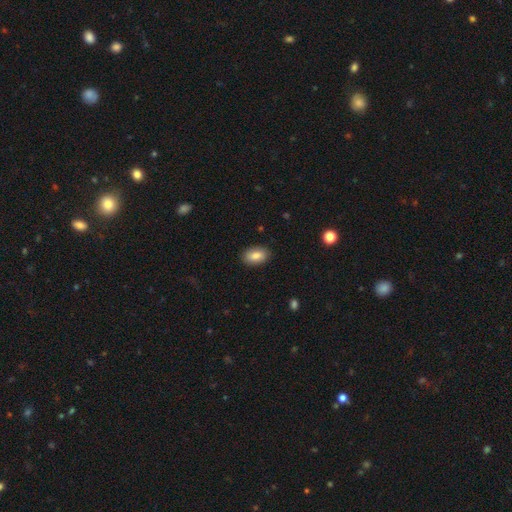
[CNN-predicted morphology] Smooth or featured: smooth — 84% (featured or disk — 9%)
How rounded: in between — 92% (round — 6%)
Merging: none — 88% (minor disturbance — 9%)